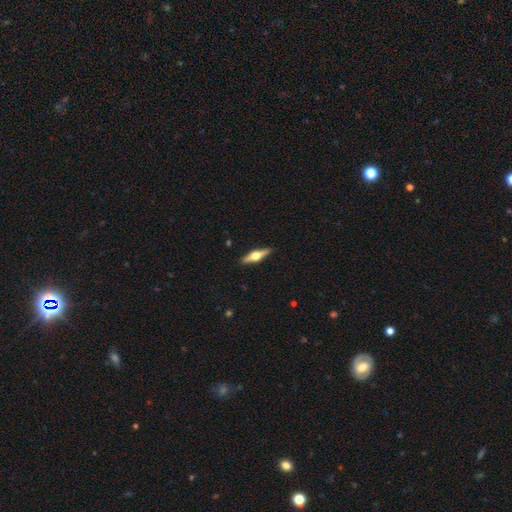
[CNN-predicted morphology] Smooth or featured: featured or disk — 67% (smooth — 28%)
Edge-on disk: yes — 96% (no — 4%)
Edge-on bulge: rounded — 95% (boxy — 3%)
Merging: none — 90% (minor disturbance — 7%)